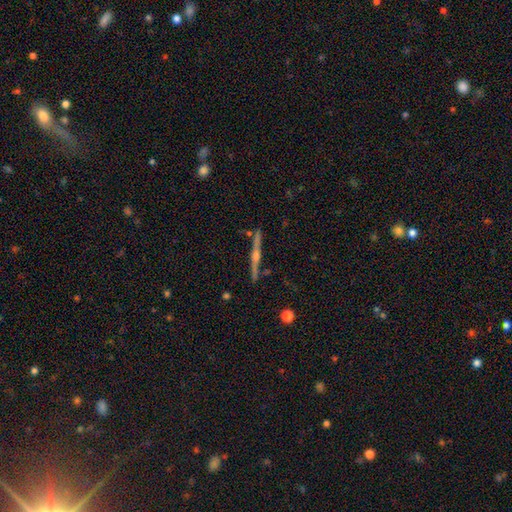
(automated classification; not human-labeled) Smooth or featured? featured or disk (84%)
Edge-on disk? yes (98%)
Edge-on bulge? rounded (89%)
Merging? none (90%)